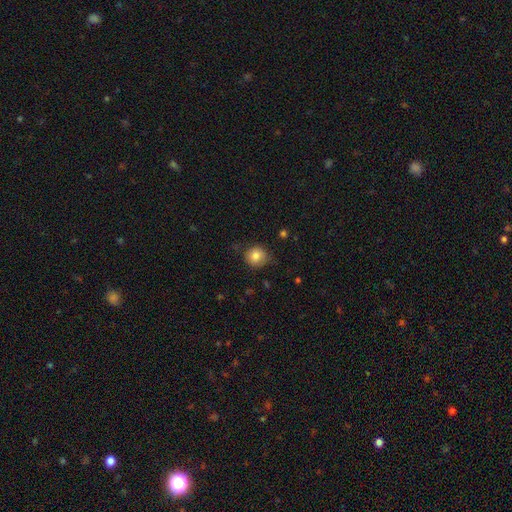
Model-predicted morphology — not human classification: Smooth or featured: smooth — 82% (star or artifact — 10%)
How rounded: round — 87% (in between — 12%)
Merging: none — 75% (minor disturbance — 19%)